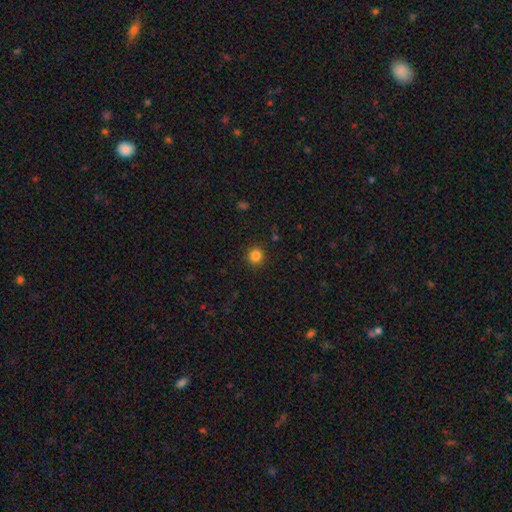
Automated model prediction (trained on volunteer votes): Overall: smooth (84%). How rounded: round (94%). Merging: none (91%).